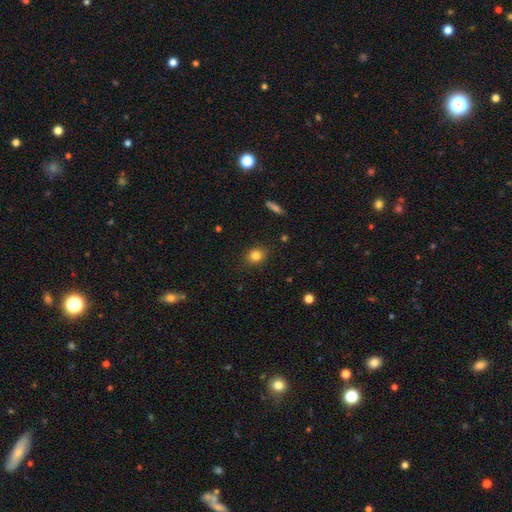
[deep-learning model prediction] A smooth galaxy with no disk features (82%) that is round (74%). Merging: none (88%).